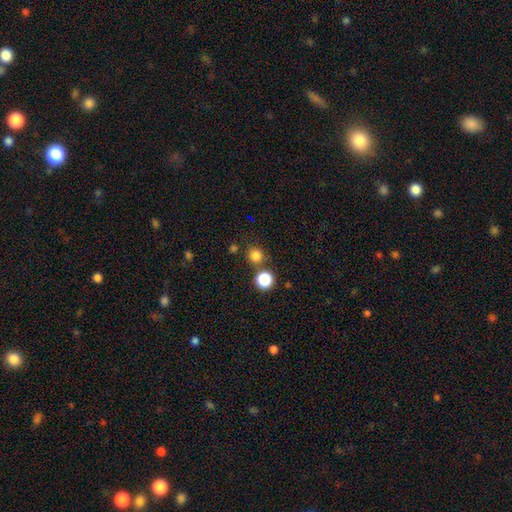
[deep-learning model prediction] smooth 79%, star or artifact 16%, featured or disk 5%. Down the decision tree: how rounded — round (93%); merging — none (79%).